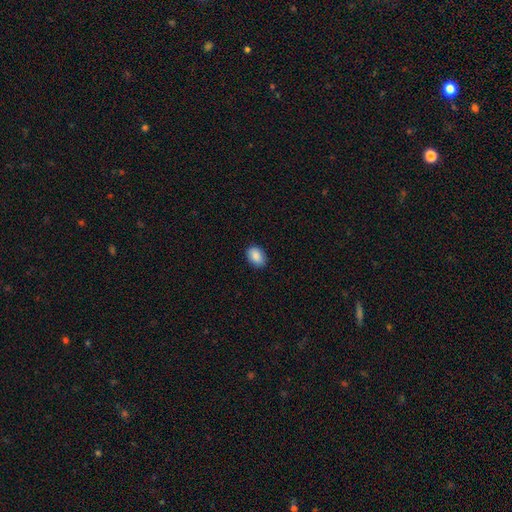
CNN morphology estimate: Smooth or featured?
  - smooth: 89% *
  - star or artifact: 7%
  - featured or disk: 4%
How rounded?
  - in between: 81% *
  - round: 18%
  - cigar-shaped: 1%
Merging?
  - none: 88% *
  - minor disturbance: 9%
  - major disturbance: 2%
  - merger: 1%